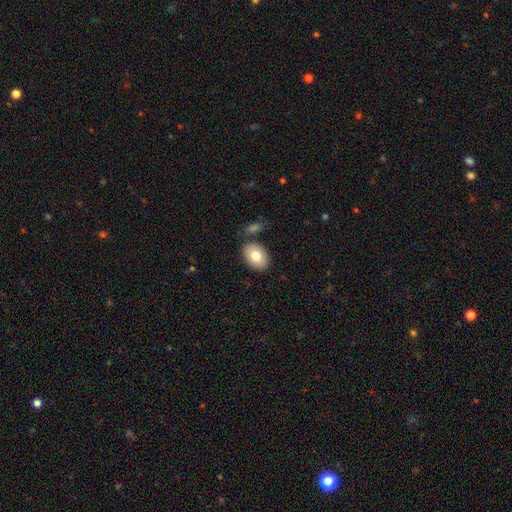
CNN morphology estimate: Smooth or featured: smooth — 79% (featured or disk — 14%)
How rounded: in between — 84% (round — 15%)
Merging: none — 80% (minor disturbance — 11%)